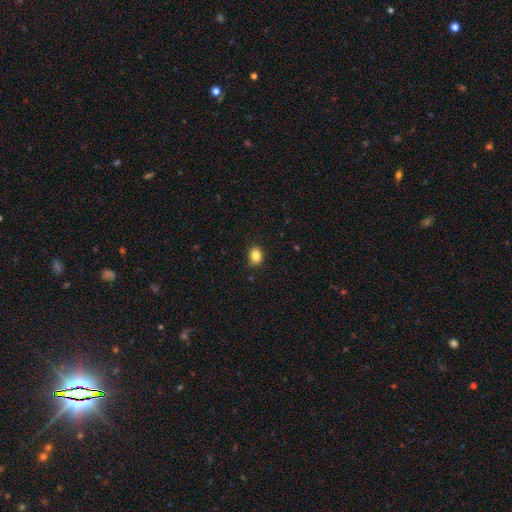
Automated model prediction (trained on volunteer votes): Smooth or featured? smooth (84%)
How rounded? round (53%)
Merging? none (87%)